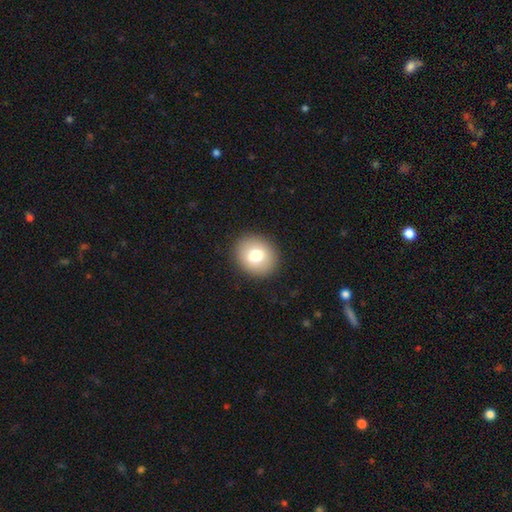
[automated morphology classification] Overall: smooth (78%). How rounded: round (67%; in between 32%). Merging: none (91%).